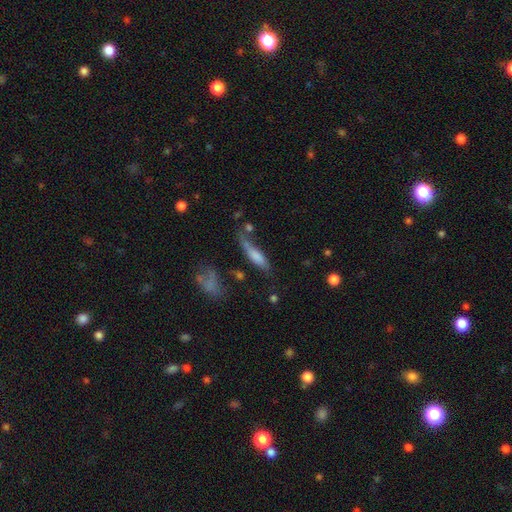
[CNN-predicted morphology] A smooth galaxy with no disk features (66%) that is cigar-shaped (68%).

Vote fractions:
- Smooth or featured? smooth: 66% / featured or disk: 26% / star or artifact: 8%
- How rounded? cigar-shaped: 68% / in between: 29% / round: 3%
- Merging? none: 43% / minor disturbance: 27% / major disturbance: 17% / merger: 12%